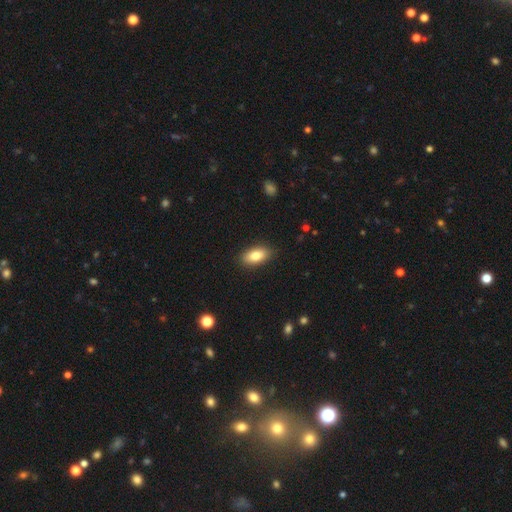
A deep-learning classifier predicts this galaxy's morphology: type=smooth (82%); roundness=in between (89%); merging=none (87%).